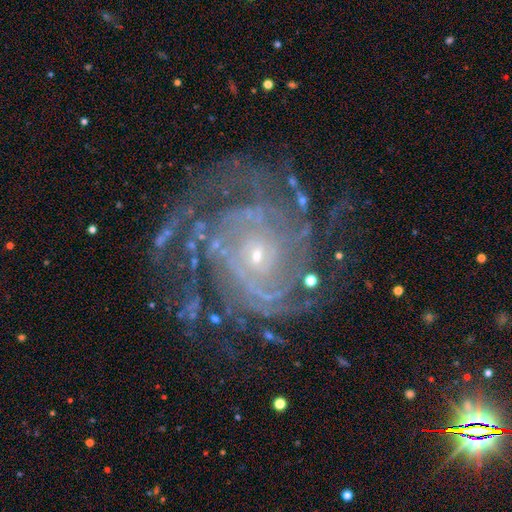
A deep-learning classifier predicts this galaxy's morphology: Smooth or featured: featured or disk — 87% (star or artifact — 8%)
Edge-on disk: no — 97% (yes — 3%)
Bar: no — 74% (weak — 19%)
Spiral arms: yes — 96% (no — 4%)
Spiral winding: tight — 67% (medium — 27%)
Spiral arm count: can't tell — 28% (4 — 18%)
Bulge size: small — 82% (moderate — 14%)
Merging: none — 65% (minor disturbance — 18%)